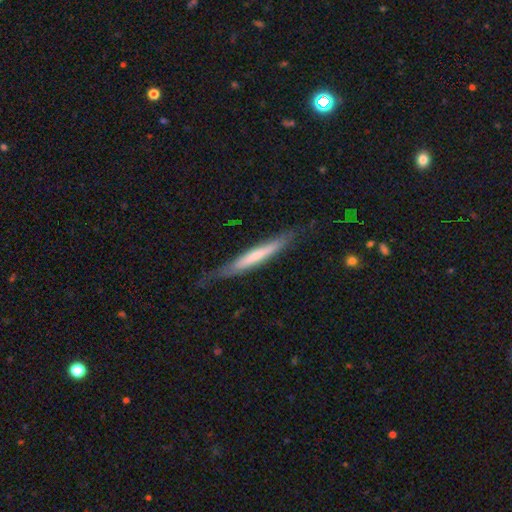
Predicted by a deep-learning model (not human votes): This is possibly a smooth galaxy (49%). Merging: likely none (73%).